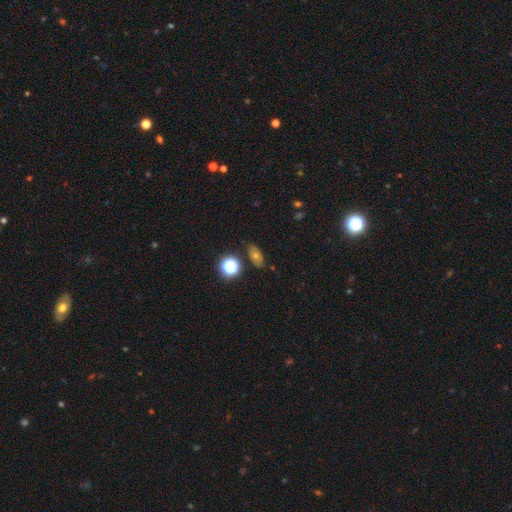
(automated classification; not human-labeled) smooth_or_featured: smooth (p=0.44) [alt: star or artifact p=0.37]
merging: none (p=0.79) [alt: minor disturbance p=0.12]